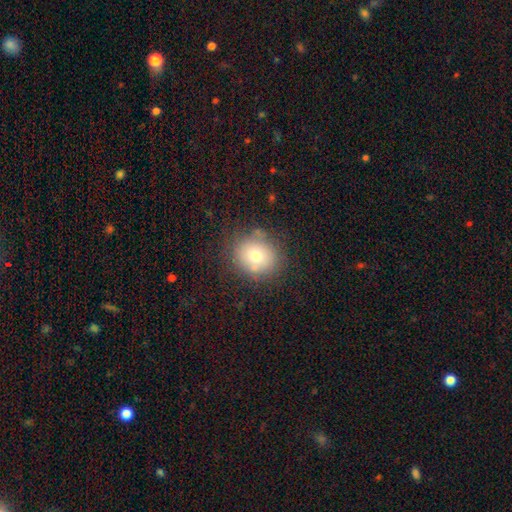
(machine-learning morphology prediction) Q: Smooth or featured?
A: smooth (73%); runner-up: featured or disk (15%)
Q: How rounded?
A: round (72%); runner-up: in between (27%)
Q: Merging?
A: none (78%); runner-up: minor disturbance (14%)